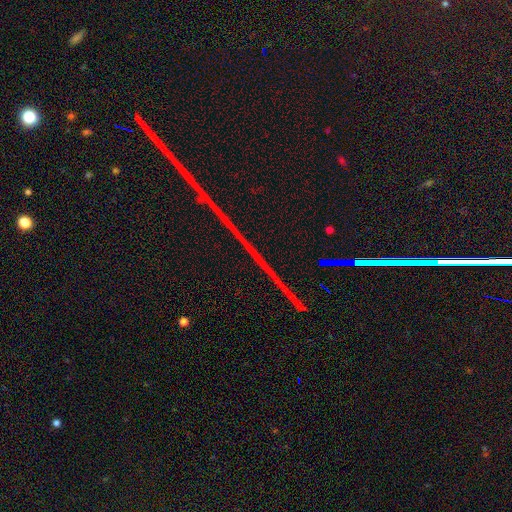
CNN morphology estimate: Smooth or featured: star or artifact — 88% (featured or disk — 6%)